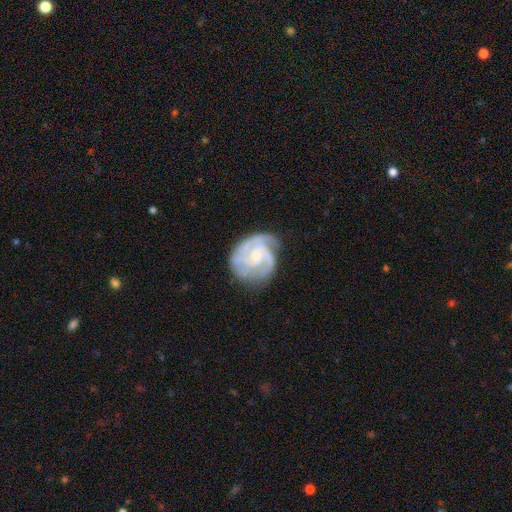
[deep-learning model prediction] Smooth or featured?
  - featured or disk: 86% *
  - smooth: 9%
  - star or artifact: 5%
Edge-on disk?
  - no: 98% *
  - yes: 2%
Bar?
  - no: 64% *
  - weak: 30%
  - strong: 6%
Spiral arms?
  - yes: 97% *
  - no: 3%
Spiral winding?
  - tight: 54% *
  - medium: 38%
  - loose: 8%
Spiral arm count?
  - 3: 43% *
  - 2: 25%
  - can't tell: 15%
  - 4: 7%
  - 1: 5%
  - more than 4: 4%
Bulge size?
  - small: 64% *
  - moderate: 24%
  - none: 9%
  - large: 2%
  - dominant: 1%
Merging?
  - none: 64% *
  - minor disturbance: 23%
  - major disturbance: 12%
  - merger: 2%